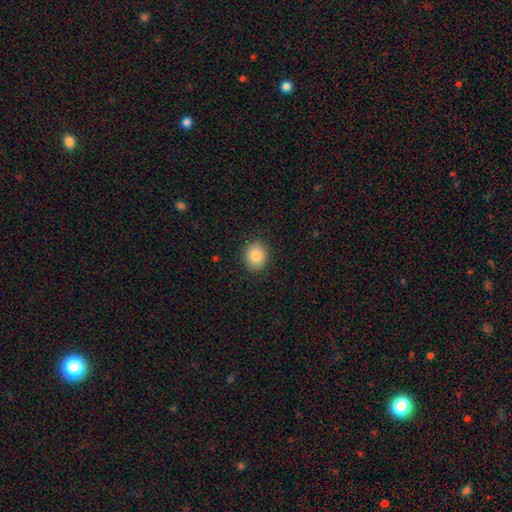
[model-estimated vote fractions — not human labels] Smooth or featured? smooth (84%)
How rounded? round (63%)
Merging? none (90%)